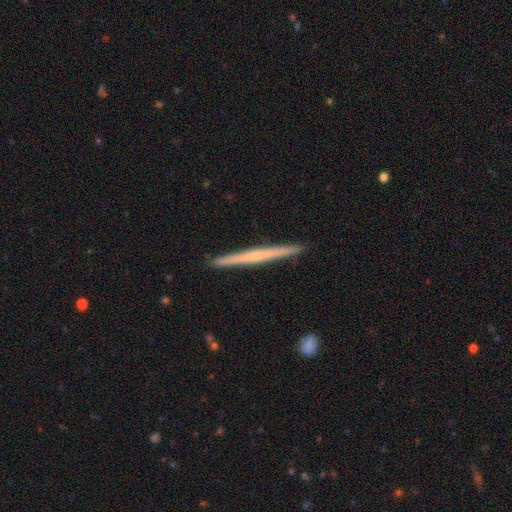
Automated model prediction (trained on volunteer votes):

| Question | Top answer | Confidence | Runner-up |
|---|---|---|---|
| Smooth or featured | featured or disk | 61% | smooth (33%) |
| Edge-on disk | yes | 98% | no (2%) |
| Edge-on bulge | none | 63% | rounded (30%) |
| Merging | none | 93% | minor disturbance (5%) |